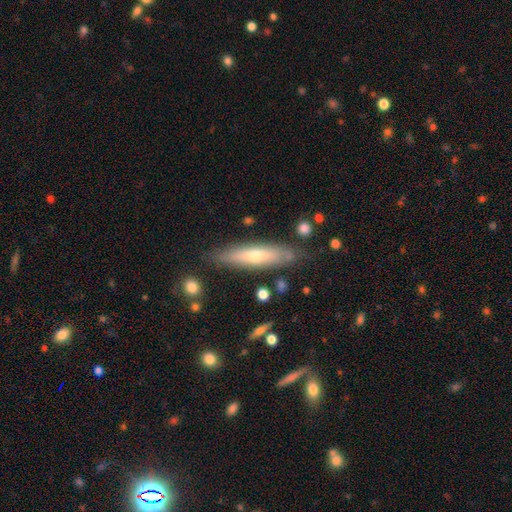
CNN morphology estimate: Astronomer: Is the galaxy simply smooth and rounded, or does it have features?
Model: featured or disk — 51% (runner-up: smooth, 41%).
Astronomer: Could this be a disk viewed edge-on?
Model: yes — 74%.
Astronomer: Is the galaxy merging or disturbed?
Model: none — 82%.